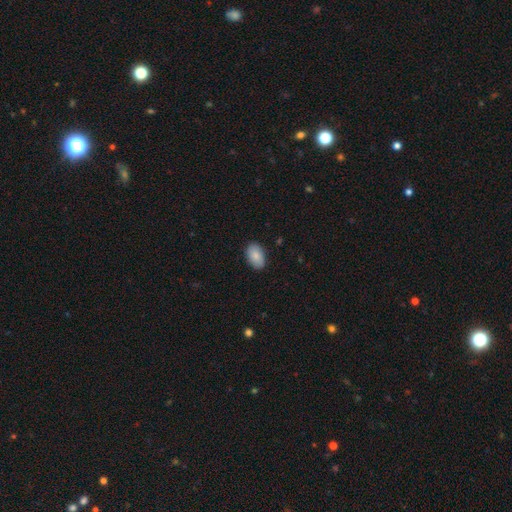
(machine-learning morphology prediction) Smooth or featured? smooth (86%)
How rounded? in between (92%)
Merging? none (88%)